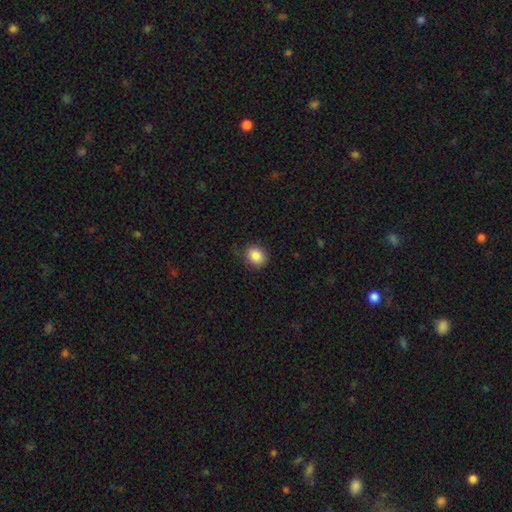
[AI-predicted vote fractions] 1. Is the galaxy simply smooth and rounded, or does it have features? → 87% smooth, 9% star or artifact, 4% featured or disk.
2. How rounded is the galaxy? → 58% round, 41% in between, 1% cigar-shaped.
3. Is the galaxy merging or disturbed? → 83% none, 13% minor disturbance, 3% major disturbance, 1% merger.